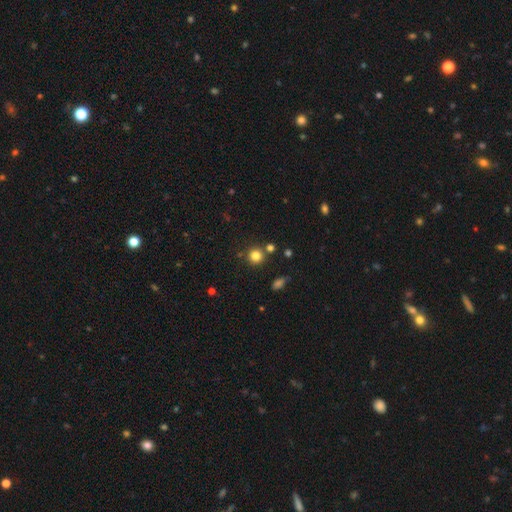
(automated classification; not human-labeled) A smooth galaxy with no disk features (82%) that is round (92%). Merging: none (81%).